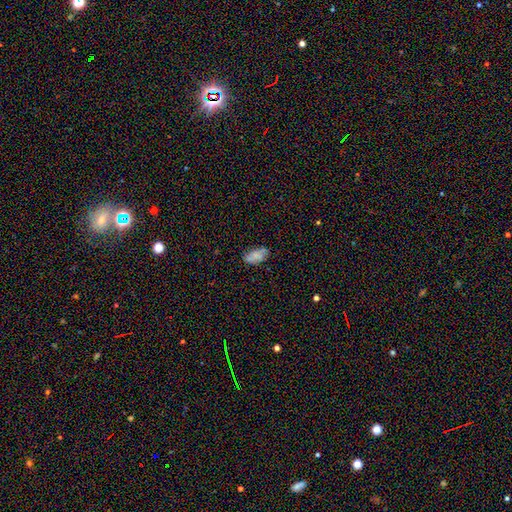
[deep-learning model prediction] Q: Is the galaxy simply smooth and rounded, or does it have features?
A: smooth — 71%.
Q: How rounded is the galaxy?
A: in between — 93%.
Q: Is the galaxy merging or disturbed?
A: none — 71%.